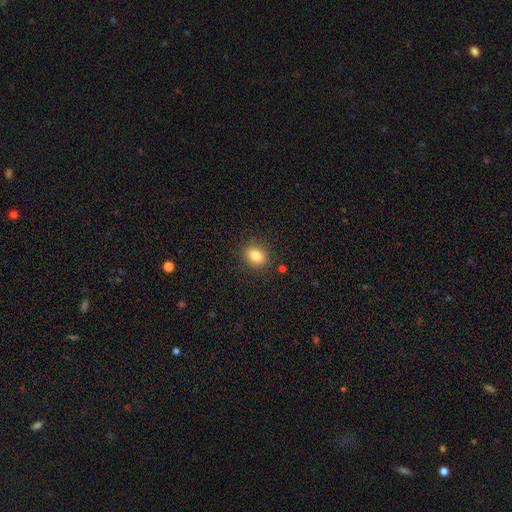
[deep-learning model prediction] The model was most divided on "how rounded": round: 50%, in between: 48%, cigar-shaped: 1%. More confident: merging — none (88%); smooth or featured — smooth (82%).